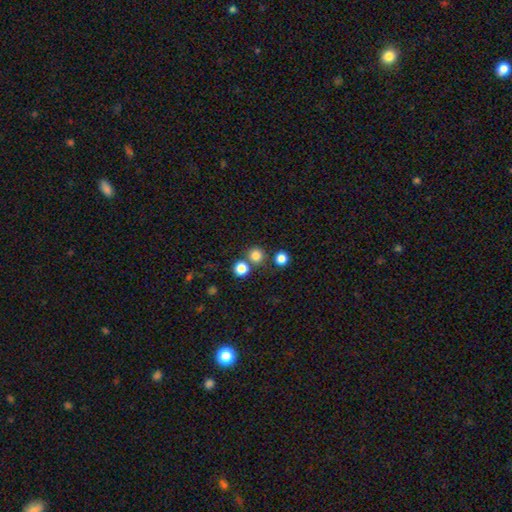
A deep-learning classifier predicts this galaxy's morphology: Smooth or featured? Predicted: smooth (p=0.79). How rounded? Predicted: round (p=0.93). Merging? Predicted: none (p=0.74).